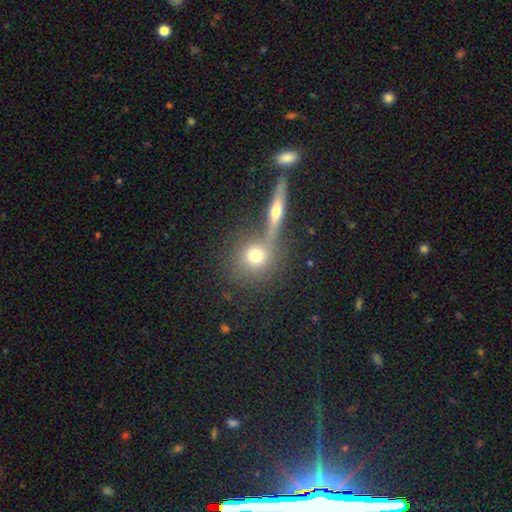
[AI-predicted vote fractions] smooth 69%, featured or disk 18%, star or artifact 13%. Down the decision tree: how rounded — round (84%); merging — none (59%).